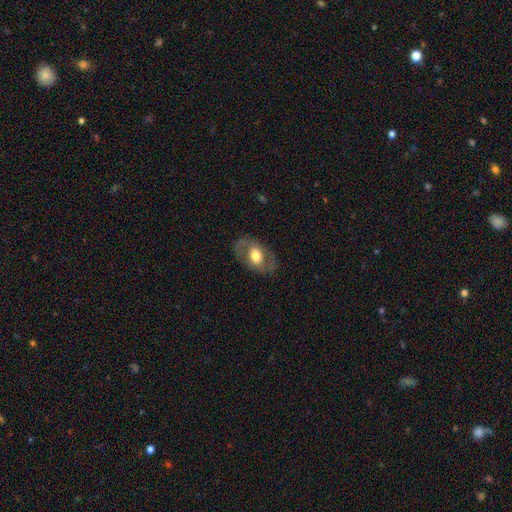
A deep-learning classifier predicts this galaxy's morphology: A smooth galaxy with no disk features (48%).

Vote fractions:
- Smooth or featured? smooth: 48% / featured or disk: 46% / star or artifact: 7%
- Merging? none: 77% / minor disturbance: 14% / major disturbance: 8% / merger: 1%